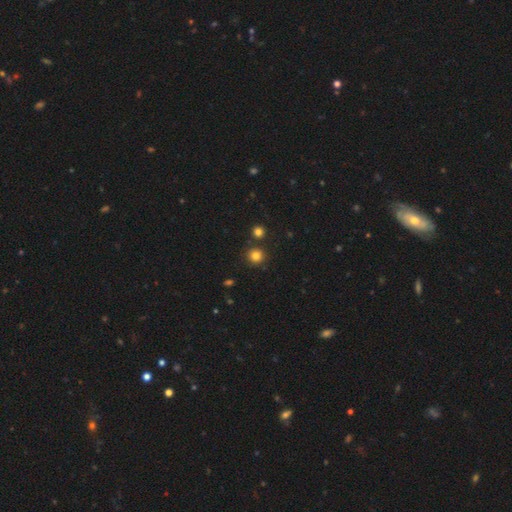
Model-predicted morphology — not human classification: smooth-or-featured: smooth: 81% | star or artifact: 14% | featured or disk: 5%
  how-rounded: round: 93% | in between: 6% | cigar-shaped: 1%
  merging: none: 84% | minor disturbance: 7% | merger: 7% | major disturbance: 2%